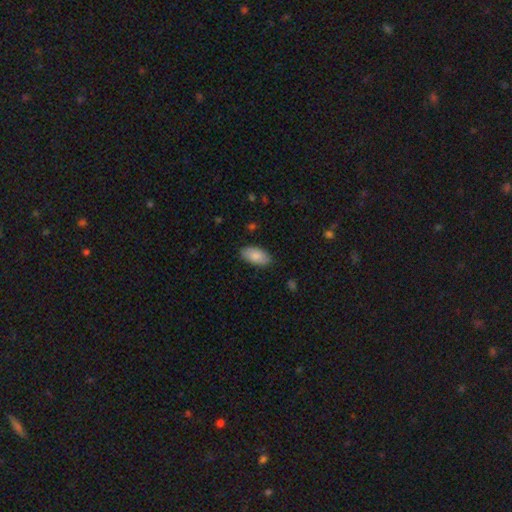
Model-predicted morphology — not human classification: smooth 85%, featured or disk 9%, star or artifact 6%. Down the decision tree: how rounded — in between (94%); merging — none (85%).